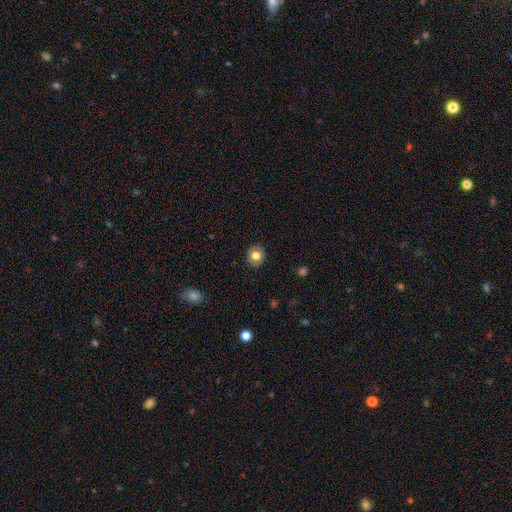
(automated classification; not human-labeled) smooth_or_featured: smooth (p=0.78) [alt: featured or disk p=0.12]
how_rounded: round (p=0.74) [alt: in between p=0.25]
merging: none (p=0.88) [alt: minor disturbance p=0.09]